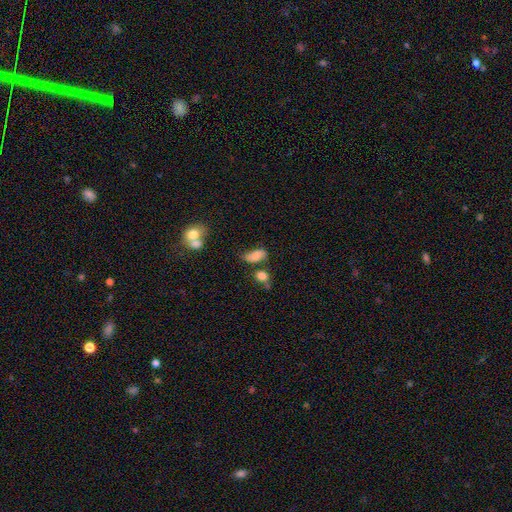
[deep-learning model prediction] smooth-or-featured: smooth: 73% | featured or disk: 16% | star or artifact: 10%
  how-rounded: in between: 87% | round: 8% | cigar-shaped: 5%
  merging: none: 42% | minor disturbance: 28% | merger: 17% | major disturbance: 13%